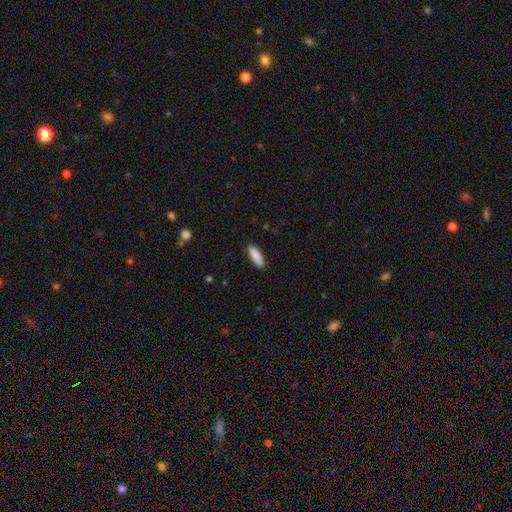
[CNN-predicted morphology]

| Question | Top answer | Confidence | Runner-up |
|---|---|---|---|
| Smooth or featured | smooth | 89% | star or artifact (6%) |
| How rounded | in between | 56% | cigar-shaped (43%) |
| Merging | none | 88% | minor disturbance (9%) |